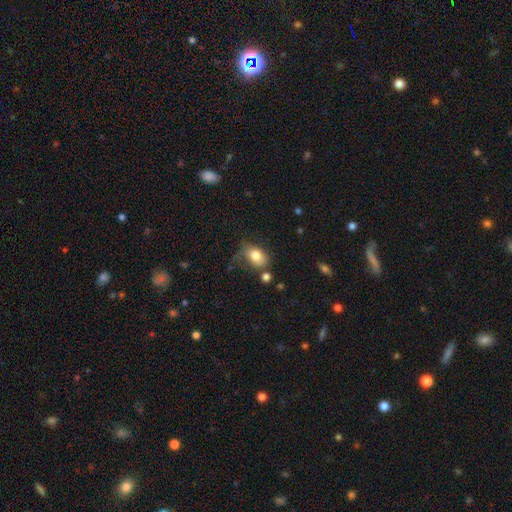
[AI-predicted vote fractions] The model was most divided on "merging": none: 50%, minor disturbance: 28%, major disturbance: 13%, merger: 9%. More confident: how rounded — in between (84%); smooth or featured — smooth (80%).